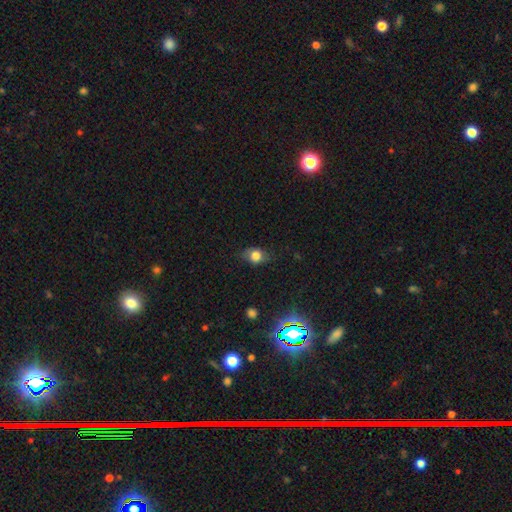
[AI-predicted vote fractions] Q: Smooth or featured?
A: smooth (73%); runner-up: featured or disk (15%)
Q: How rounded?
A: in between (55%); runner-up: round (43%)
Q: Merging?
A: none (72%); runner-up: minor disturbance (21%)